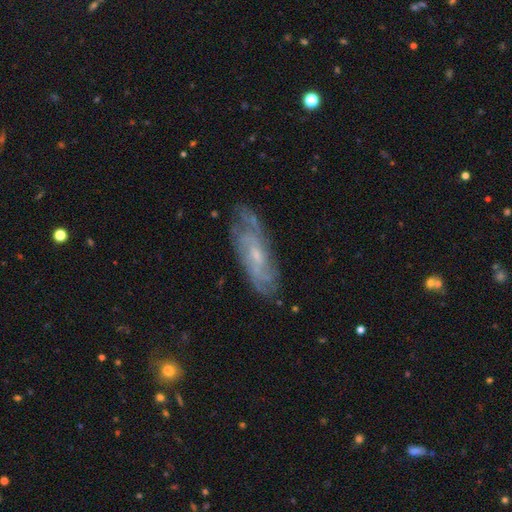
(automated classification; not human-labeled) Smooth or featured: featured or disk — 78% (smooth — 15%)
Edge-on disk: no — 84% (yes — 16%)
Bar: no — 55% (weak — 38%)
Spiral arms: yes — 92% (no — 8%)
Spiral winding: tight — 54% (medium — 35%)
Spiral arm count: can't tell — 48% (2 — 17%)
Bulge size: small — 64% (moderate — 28%)
Merging: none — 76% (minor disturbance — 17%)